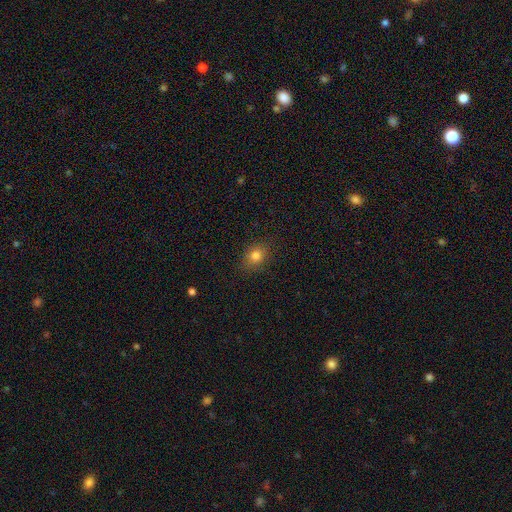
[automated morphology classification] Smooth or featured? Predicted: smooth (p=0.80). How rounded? Predicted: in between (p=0.52). Merging? Predicted: none (p=0.85).